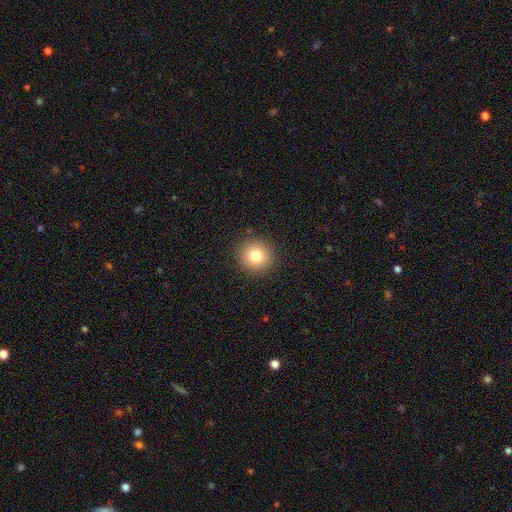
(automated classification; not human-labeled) This appears to be a smooth galaxy with no disk features (80%) that is round (91%). Merging: none (90%).